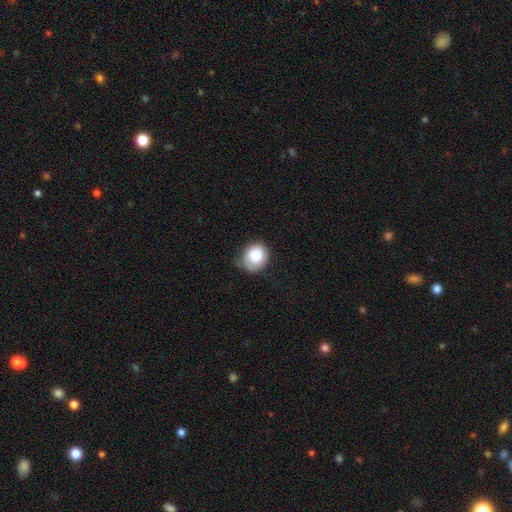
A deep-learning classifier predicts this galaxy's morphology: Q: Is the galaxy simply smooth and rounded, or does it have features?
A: smooth — 85%.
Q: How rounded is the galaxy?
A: round — 77%.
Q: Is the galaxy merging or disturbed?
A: none — 52%.